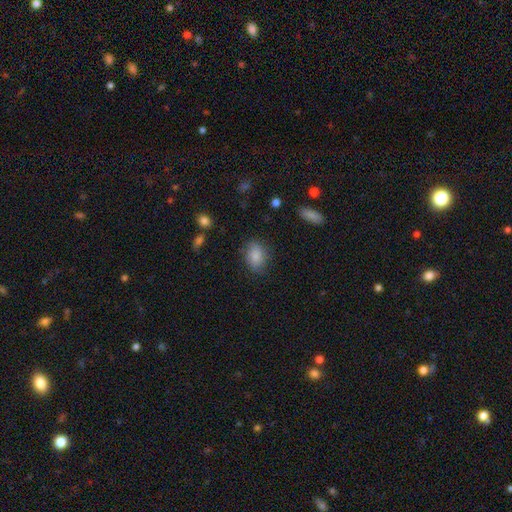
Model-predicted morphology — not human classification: Q: Smooth or featured?
A: smooth (84%); runner-up: star or artifact (8%)
Q: How rounded?
A: in between (70%); runner-up: round (29%)
Q: Merging?
A: none (78%); runner-up: minor disturbance (16%)